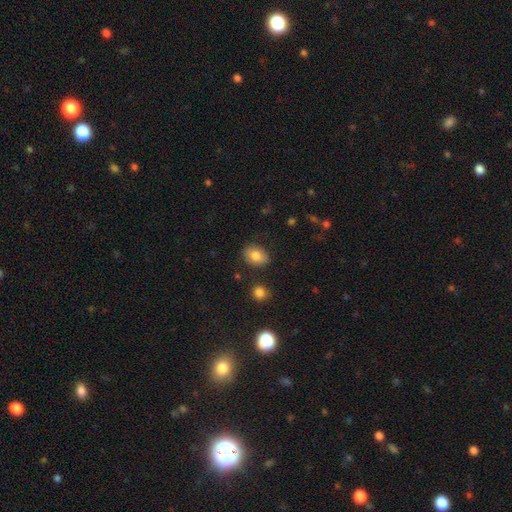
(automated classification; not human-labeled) Smooth or featured? Predicted: smooth (p=0.79). How rounded? Predicted: in between (p=0.62). Merging? Predicted: none (p=0.82).